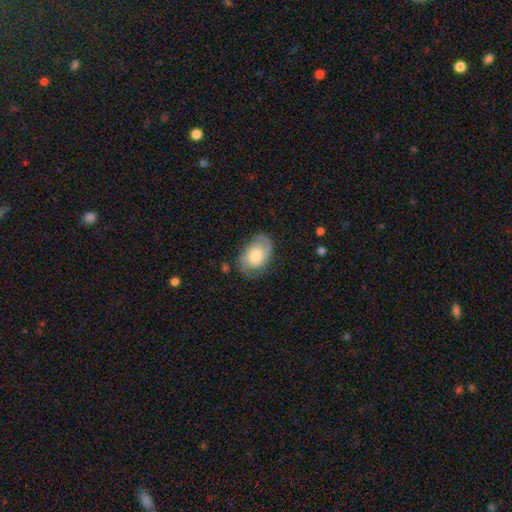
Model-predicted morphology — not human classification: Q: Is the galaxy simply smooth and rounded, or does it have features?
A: featured or disk — 57%.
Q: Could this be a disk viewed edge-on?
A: no — 96%.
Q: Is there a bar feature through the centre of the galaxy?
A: no — 75%.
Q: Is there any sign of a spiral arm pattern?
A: yes — 84%.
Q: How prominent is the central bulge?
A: moderate — 54%.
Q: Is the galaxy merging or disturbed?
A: none — 74%.